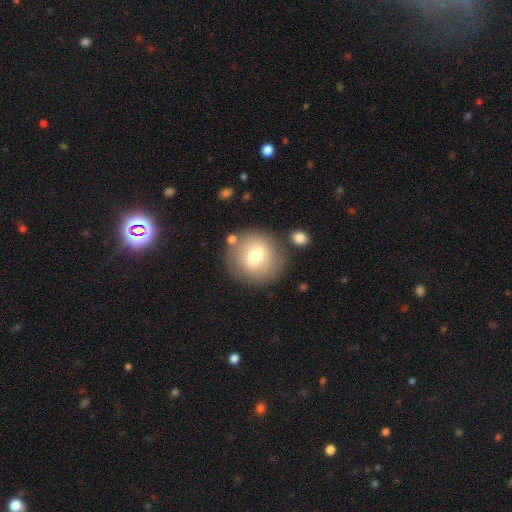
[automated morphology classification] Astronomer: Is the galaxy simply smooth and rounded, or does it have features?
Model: smooth — 71%.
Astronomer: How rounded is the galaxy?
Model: round — 90%.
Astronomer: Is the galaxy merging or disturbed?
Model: none — 79%.